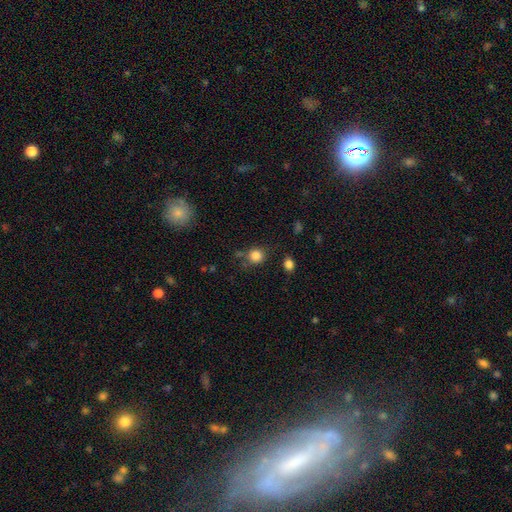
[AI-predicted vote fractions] Smooth or featured? Predicted: smooth (p=0.84). How rounded? Predicted: round (p=0.87). Merging? Predicted: none (p=0.73).